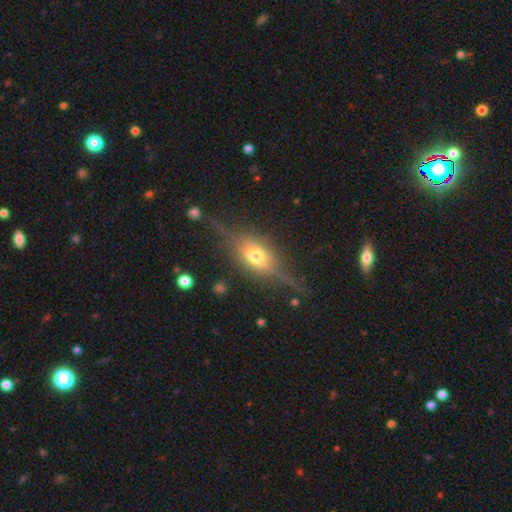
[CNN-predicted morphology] A featured or disk galaxy (75%) viewed edge-on (91%) with a rounded central bulge (90%).

Vote fractions:
- Smooth or featured? featured or disk: 75% / smooth: 16% / star or artifact: 10%
- Edge-on disk? yes: 91% / no: 9%
- Edge-on bulge? rounded: 90% / boxy: 7% / none: 2%
- Merging? none: 74% / minor disturbance: 15% / major disturbance: 8% / merger: 2%